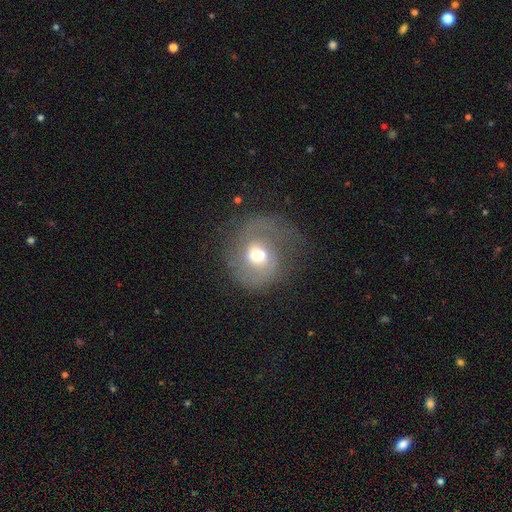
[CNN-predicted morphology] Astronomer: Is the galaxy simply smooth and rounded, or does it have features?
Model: featured or disk — 72%.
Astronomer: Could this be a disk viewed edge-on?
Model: no — 97%.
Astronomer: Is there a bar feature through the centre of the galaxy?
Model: no — 54% (runner-up: weak, 37%).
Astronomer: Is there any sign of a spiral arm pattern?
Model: yes — 89%.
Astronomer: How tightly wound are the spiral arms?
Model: medium — 45% (runner-up: tight, 29%).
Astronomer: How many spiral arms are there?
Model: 2 — 66%.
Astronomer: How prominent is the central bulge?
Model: moderate — 71%.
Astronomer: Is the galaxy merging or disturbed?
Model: none — 60%.